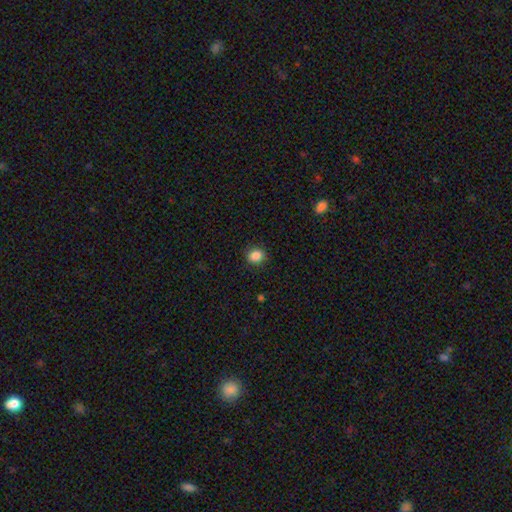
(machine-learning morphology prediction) Q: Smooth or featured?
A: smooth (86%); runner-up: star or artifact (10%)
Q: How rounded?
A: round (72%); runner-up: in between (27%)
Q: Merging?
A: none (89%); runner-up: minor disturbance (7%)